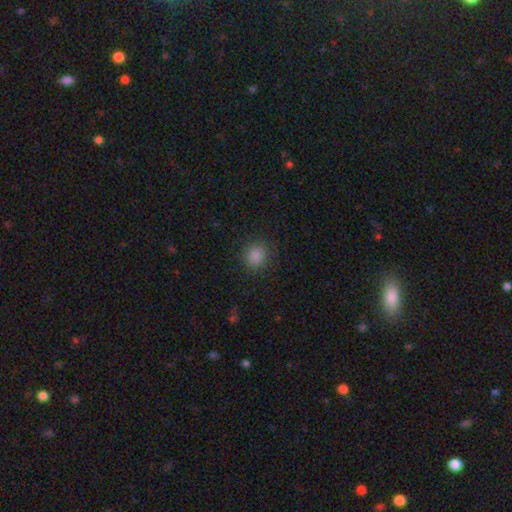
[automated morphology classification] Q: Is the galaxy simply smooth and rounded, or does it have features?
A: smooth — 86%.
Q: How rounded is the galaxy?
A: round — 88%.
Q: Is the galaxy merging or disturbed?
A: none — 88%.